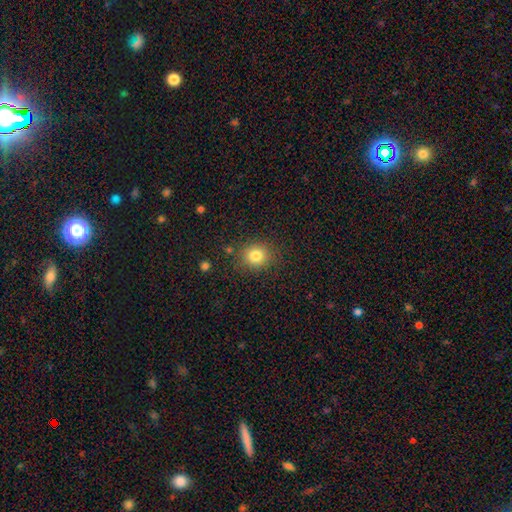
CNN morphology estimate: Smooth or featured? smooth (81%)
How rounded? round (80%)
Merging? none (84%)